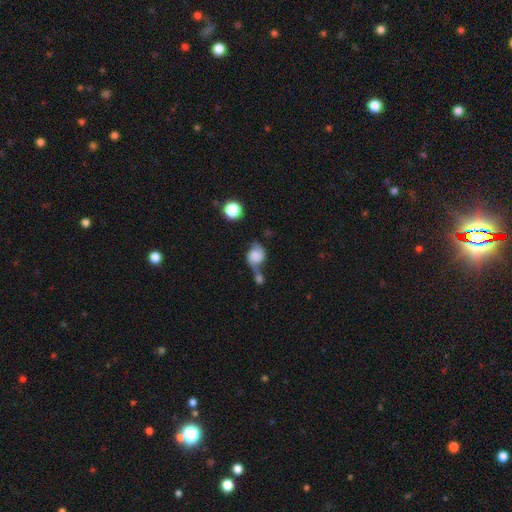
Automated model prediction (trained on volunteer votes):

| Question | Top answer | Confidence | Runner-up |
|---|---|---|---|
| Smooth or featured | smooth | 51% | featured or disk (39%) |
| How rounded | round | 64% | in between (34%) |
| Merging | merger | 44% | none (25%) |